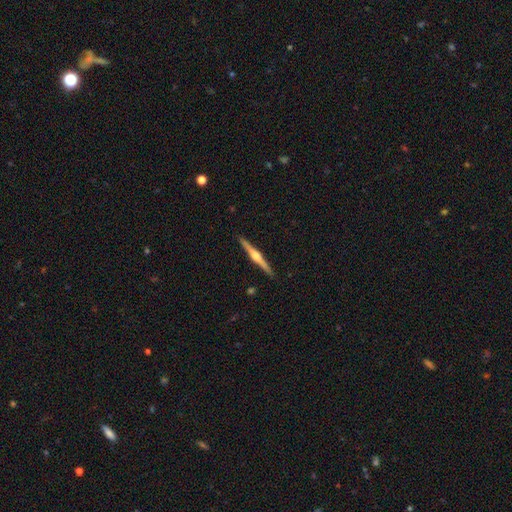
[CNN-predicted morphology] Q: Smooth or featured?
A: featured or disk (78%); runner-up: smooth (17%)
Q: Edge-on disk?
A: yes (99%); runner-up: no (1%)
Q: Edge-on bulge?
A: rounded (91%); runner-up: boxy (5%)
Q: Merging?
A: none (92%); runner-up: minor disturbance (6%)